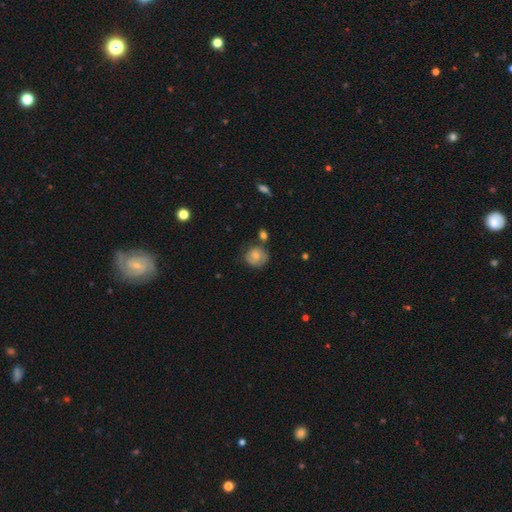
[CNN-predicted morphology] Smooth or featured?
  - smooth: 67% *
  - featured or disk: 25%
  - star or artifact: 8%
How rounded?
  - round: 77% *
  - in between: 22%
  - cigar-shaped: 1%
Merging?
  - none: 59% *
  - minor disturbance: 25%
  - major disturbance: 8%
  - merger: 8%